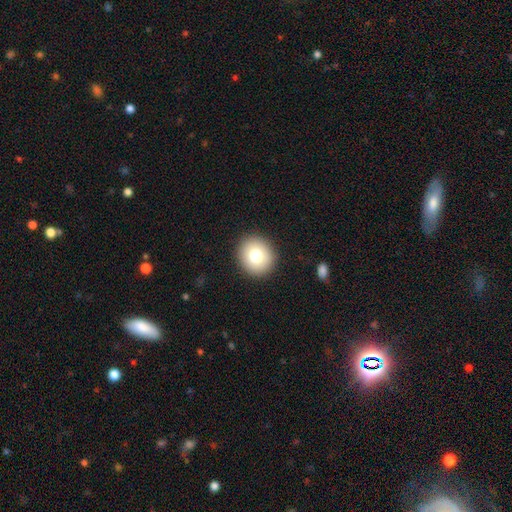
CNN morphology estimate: Smooth or featured: smooth — 76% (featured or disk — 14%)
How rounded: round — 86% (in between — 13%)
Merging: none — 91% (minor disturbance — 6%)